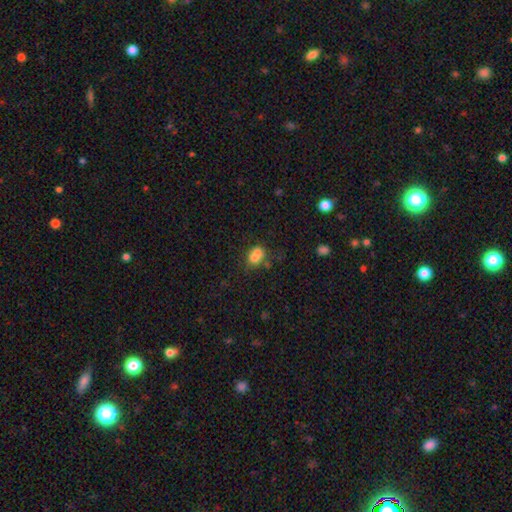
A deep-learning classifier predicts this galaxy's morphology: smooth_or_featured: smooth (p=0.70) [alt: featured or disk p=0.18]
how_rounded: round (p=0.55) [alt: in between p=0.44]
merging: merger (p=0.56) [alt: none p=0.29]